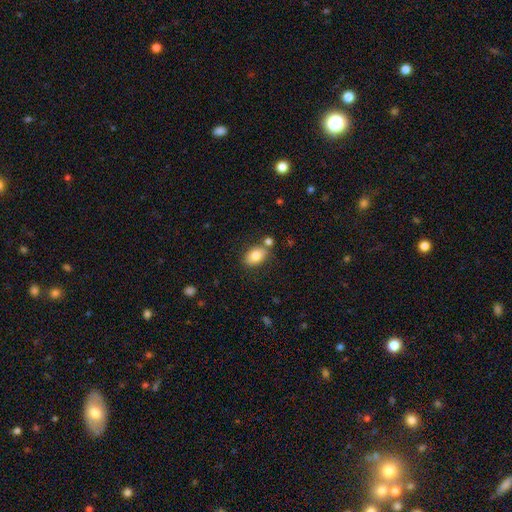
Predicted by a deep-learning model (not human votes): Q: Smooth or featured?
A: smooth (81%); runner-up: featured or disk (11%)
Q: How rounded?
A: in between (85%); runner-up: round (13%)
Q: Merging?
A: none (71%); runner-up: minor disturbance (13%)